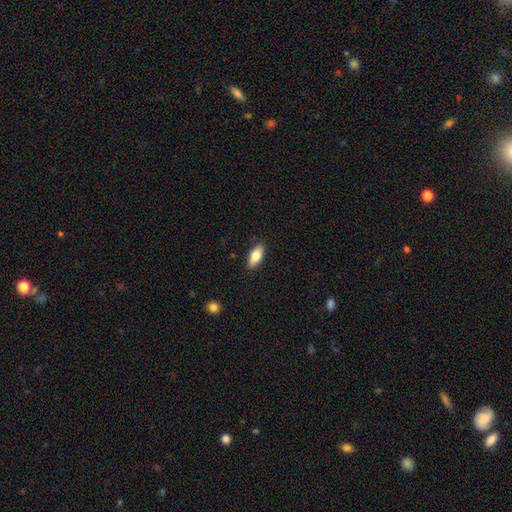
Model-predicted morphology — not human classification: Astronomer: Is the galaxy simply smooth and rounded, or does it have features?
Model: smooth — 77%.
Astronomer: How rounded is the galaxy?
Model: in between — 81%.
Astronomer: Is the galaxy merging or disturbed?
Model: none — 88%.